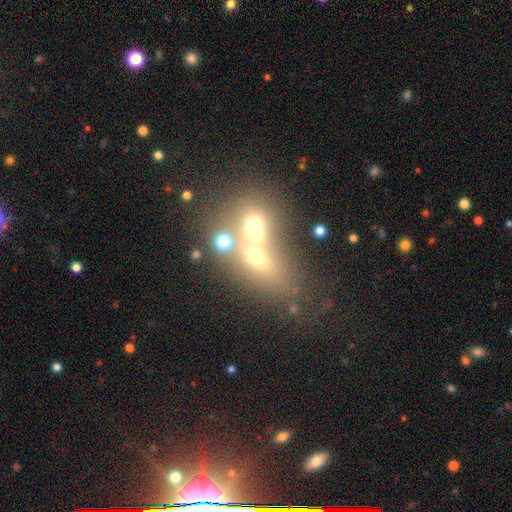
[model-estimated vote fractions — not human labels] Smooth or featured: smooth — 46% (featured or disk — 33%)
Merging: merger — 67% (none — 21%)